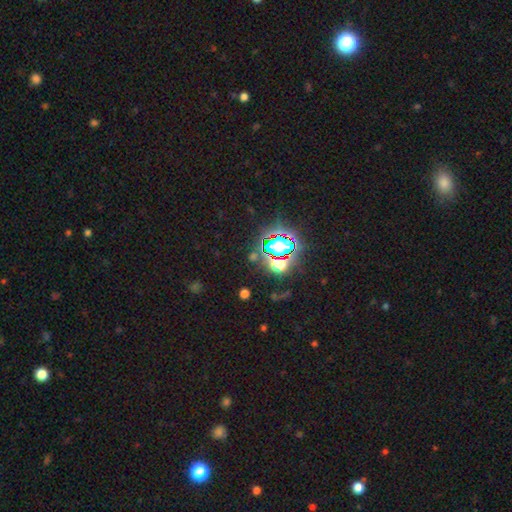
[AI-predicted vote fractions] smooth_or_featured: star or artifact (p=0.74) [alt: smooth p=0.18]